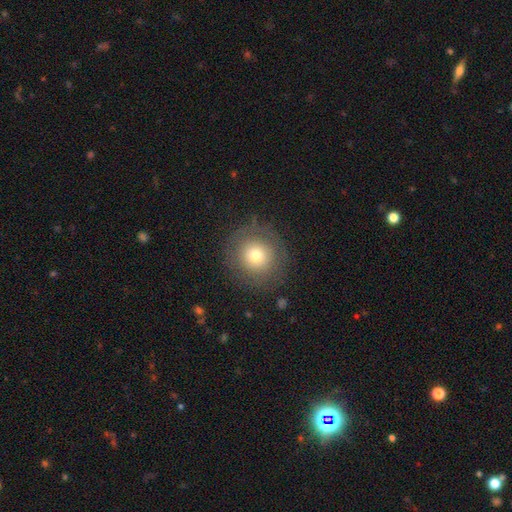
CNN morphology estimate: smooth_or_featured: smooth (p=0.69) [alt: featured or disk p=0.18]
how_rounded: round (p=0.93) [alt: in between p=0.06]
merging: none (p=0.83) [alt: minor disturbance p=0.10]